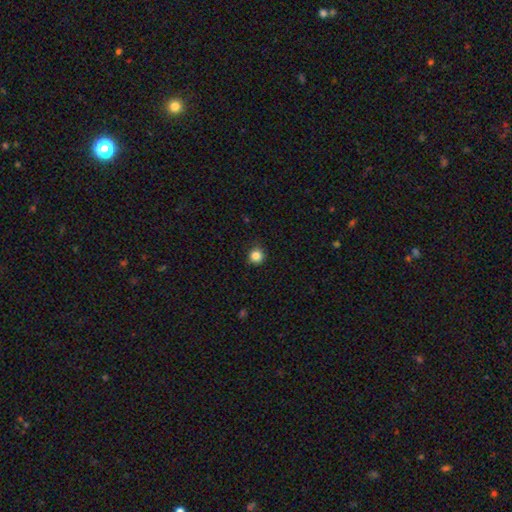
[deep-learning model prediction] smooth_or_featured: smooth (p=0.84) [alt: star or artifact p=0.11]
how_rounded: round (p=0.93) [alt: in between p=0.06]
merging: none (p=0.89) [alt: minor disturbance p=0.08]